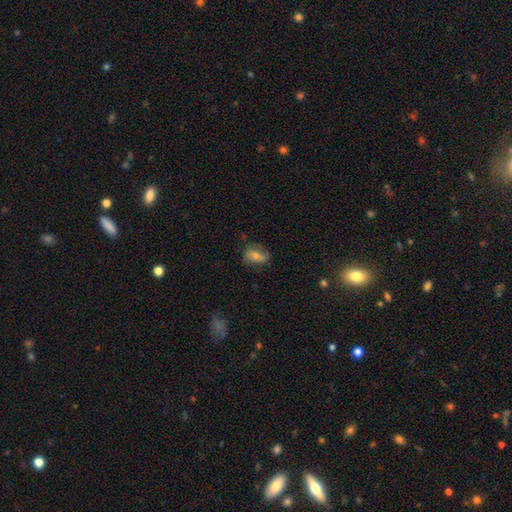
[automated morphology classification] Q: Smooth or featured?
A: smooth (48%); runner-up: featured or disk (41%)
Q: Merging?
A: none (73%); runner-up: minor disturbance (20%)